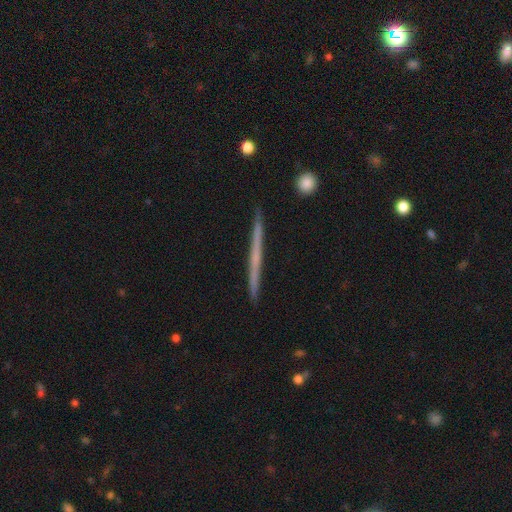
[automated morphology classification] smooth_or_featured: featured or disk (p=0.58) [alt: smooth p=0.37]
disk_edge_on: yes (p=0.98) [alt: no p=0.02]
edge_on_bulge: none (p=0.86) [alt: rounded p=0.10]
merging: none (p=0.92) [alt: minor disturbance p=0.05]